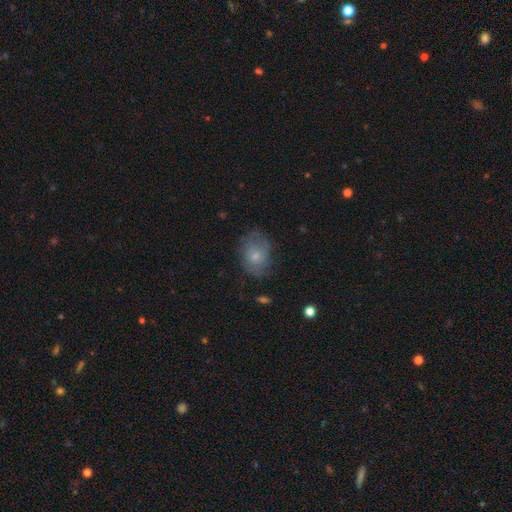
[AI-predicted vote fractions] Q: Smooth or featured?
A: smooth (57%); runner-up: featured or disk (34%)
Q: How rounded?
A: in between (62%); runner-up: round (37%)
Q: Merging?
A: none (58%); runner-up: minor disturbance (27%)